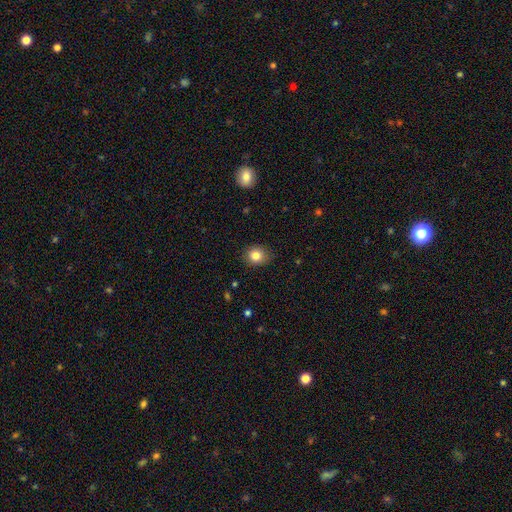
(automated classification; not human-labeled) Smooth or featured: smooth — 83% (star or artifact — 10%)
How rounded: round — 71% (in between — 28%)
Merging: none — 86% (minor disturbance — 11%)